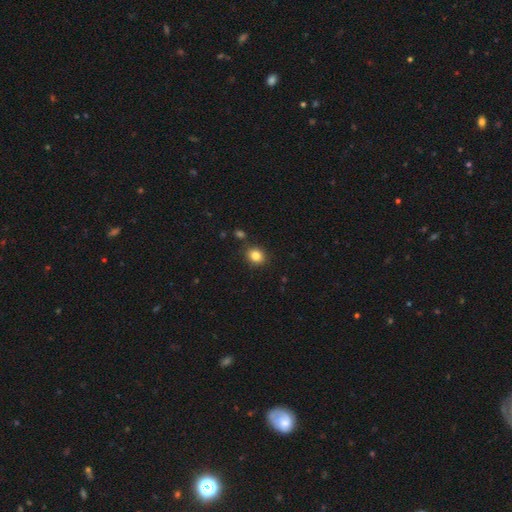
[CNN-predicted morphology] smooth 83%, star or artifact 11%, featured or disk 6%. Down the decision tree: how rounded — round (59%); merging — none (85%).